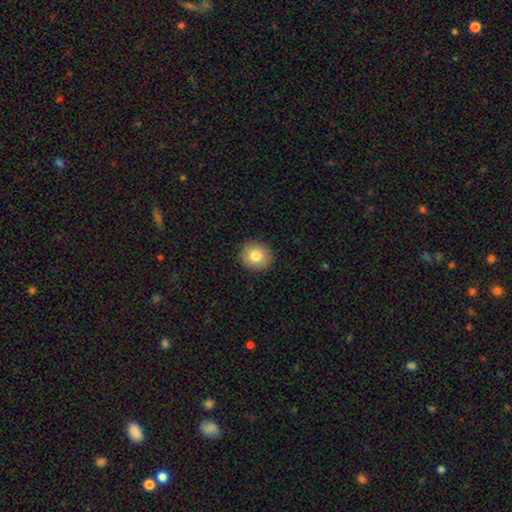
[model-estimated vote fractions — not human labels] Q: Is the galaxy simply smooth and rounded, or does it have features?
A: smooth — 81%.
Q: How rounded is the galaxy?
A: round — 85%.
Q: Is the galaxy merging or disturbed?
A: none — 91%.